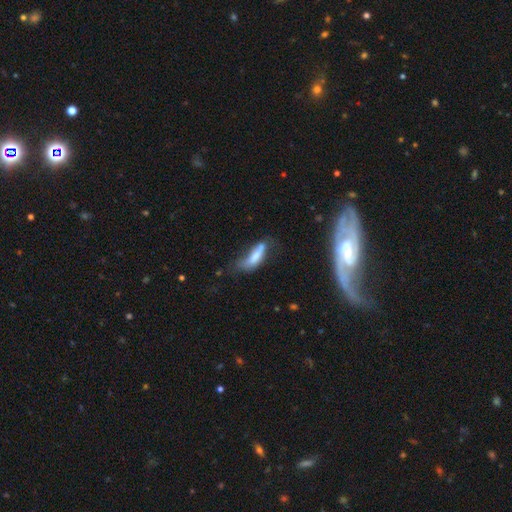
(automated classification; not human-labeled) A smooth galaxy with no disk features (66%) that is cigar-shaped (53%). Merging: minor disturbance (33%).